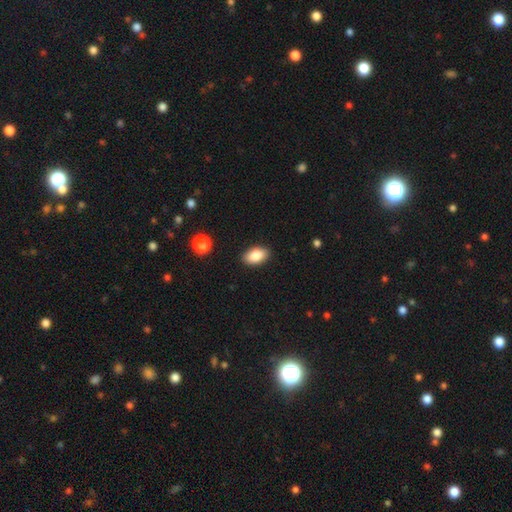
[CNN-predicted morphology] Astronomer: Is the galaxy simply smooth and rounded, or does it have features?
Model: smooth — 85%.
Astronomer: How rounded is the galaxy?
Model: in between — 92%.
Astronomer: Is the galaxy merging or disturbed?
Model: none — 89%.